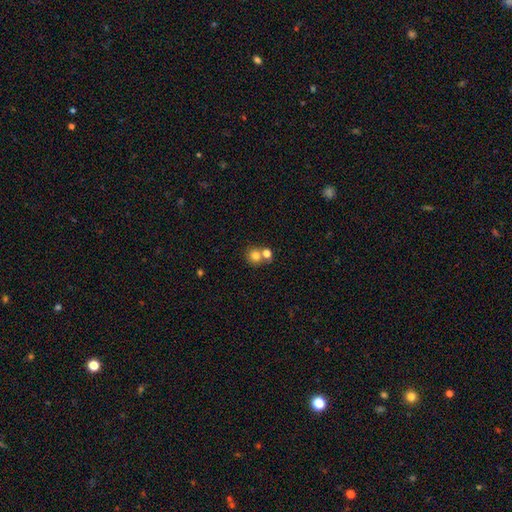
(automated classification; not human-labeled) Overall: smooth (77%). How rounded: round (85%). Merging: none (50%; merger 40%).